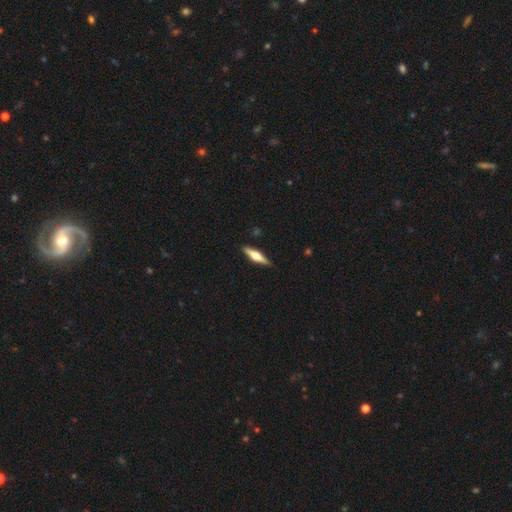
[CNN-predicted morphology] Smooth or featured: featured or disk — 59% (smooth — 36%)
Edge-on disk: yes — 96% (no — 4%)
Edge-on bulge: rounded — 91% (boxy — 6%)
Merging: none — 89% (minor disturbance — 9%)